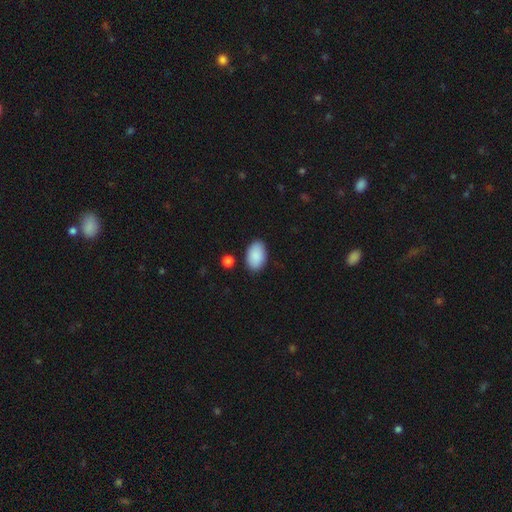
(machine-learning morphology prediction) Smooth or featured?
  - smooth: 90% *
  - star or artifact: 6%
  - featured or disk: 4%
How rounded?
  - in between: 93% *
  - round: 6%
  - cigar-shaped: 1%
Merging?
  - none: 85% *
  - minor disturbance: 10%
  - merger: 3%
  - major disturbance: 2%